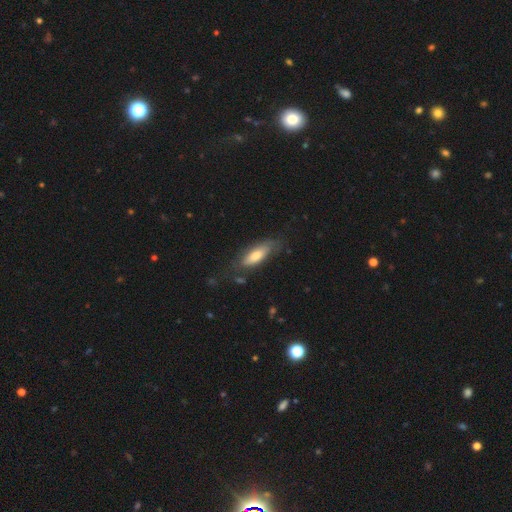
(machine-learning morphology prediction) Overall: smooth (60%; featured or disk 34%). How rounded: in between (61%; cigar-shaped 37%). Merging: none (63%; minor disturbance 25%).